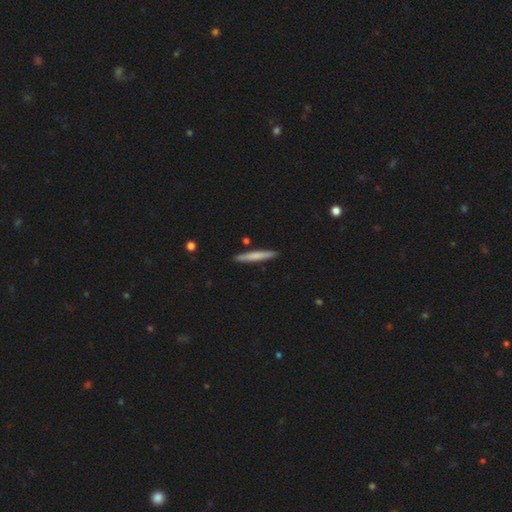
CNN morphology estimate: This appears to be a smooth galaxy with no disk features (68%) that is cigar-shaped (96%). Merging: none (90%).